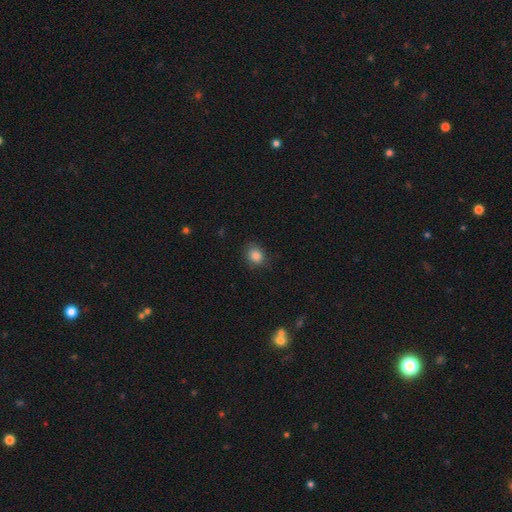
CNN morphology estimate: Smooth or featured?
  - smooth: 85% *
  - star or artifact: 10%
  - featured or disk: 5%
How rounded?
  - round: 61% *
  - in between: 38%
  - cigar-shaped: 1%
Merging?
  - none: 81% *
  - minor disturbance: 15%
  - major disturbance: 3%
  - merger: 1%